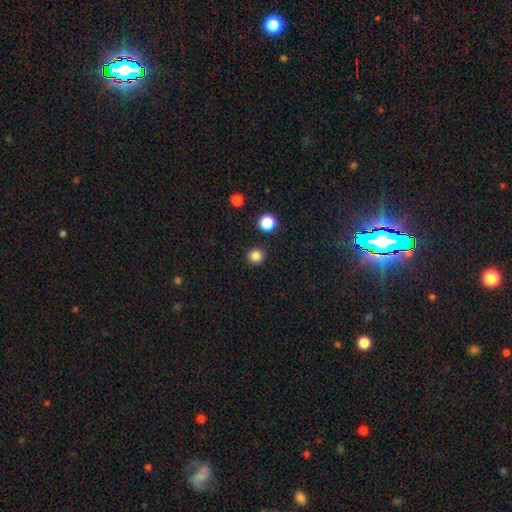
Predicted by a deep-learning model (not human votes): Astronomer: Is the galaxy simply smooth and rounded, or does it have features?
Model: smooth — 84%.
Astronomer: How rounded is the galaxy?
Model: round — 92%.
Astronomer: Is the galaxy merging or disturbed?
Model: none — 92%.